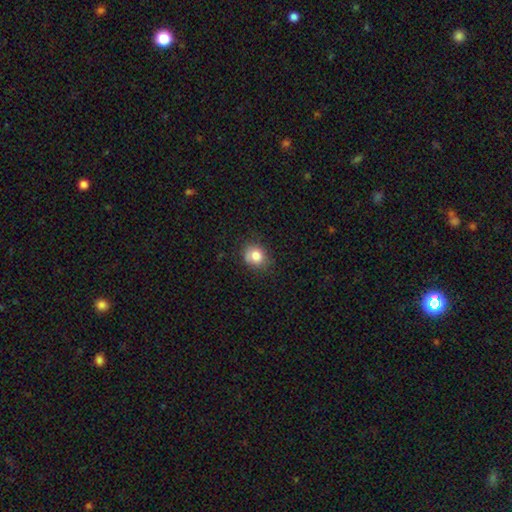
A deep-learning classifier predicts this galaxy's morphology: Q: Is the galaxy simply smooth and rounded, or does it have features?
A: smooth — 81%.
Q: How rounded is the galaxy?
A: round — 74%.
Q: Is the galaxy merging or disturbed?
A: none — 78%.